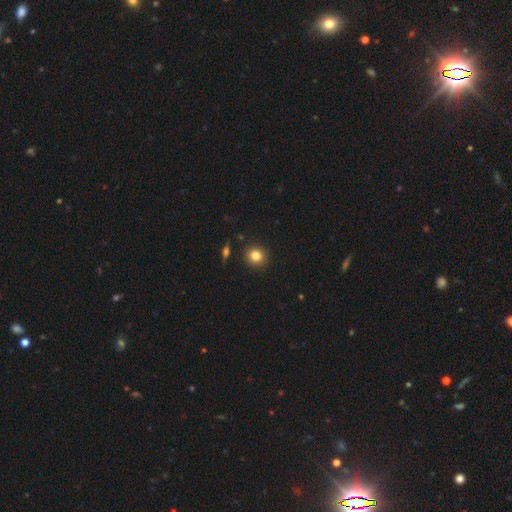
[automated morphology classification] This appears to be a smooth galaxy with no disk features (83%) that is round (84%). Merging: none (90%).